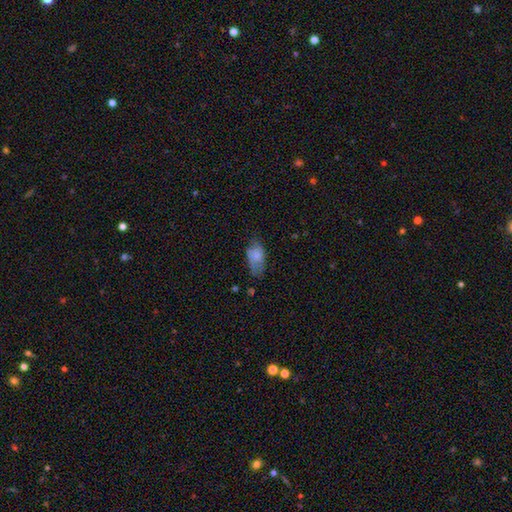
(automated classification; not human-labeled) smooth-or-featured: smooth: 76% | featured or disk: 16% | star or artifact: 8%
  how-rounded: in between: 91% | round: 5% | cigar-shaped: 4%
  merging: none: 49% | minor disturbance: 34% | major disturbance: 14% | merger: 2%